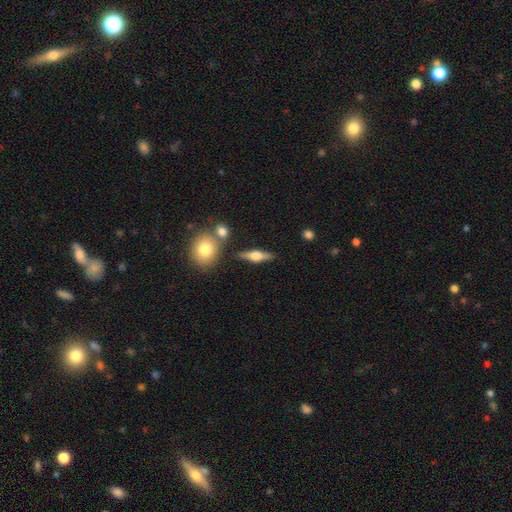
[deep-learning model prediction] Smooth or featured? featured or disk (64%)
Edge-on disk? yes (95%)
Edge-on bulge? rounded (92%)
Merging? none (82%)